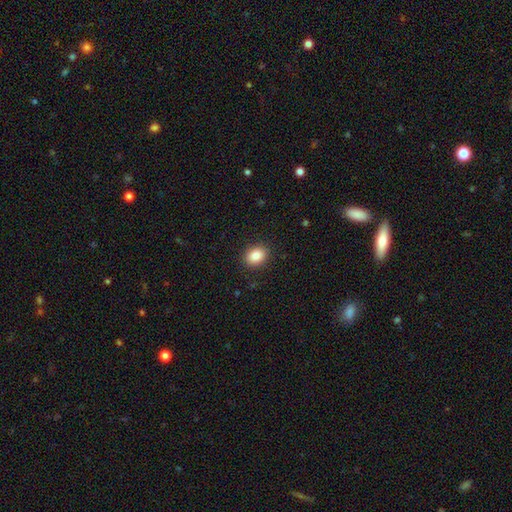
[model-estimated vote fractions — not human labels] This is clearly a smooth galaxy (87%). How rounded: possibly in between (59%). Merging: clearly none (89%).